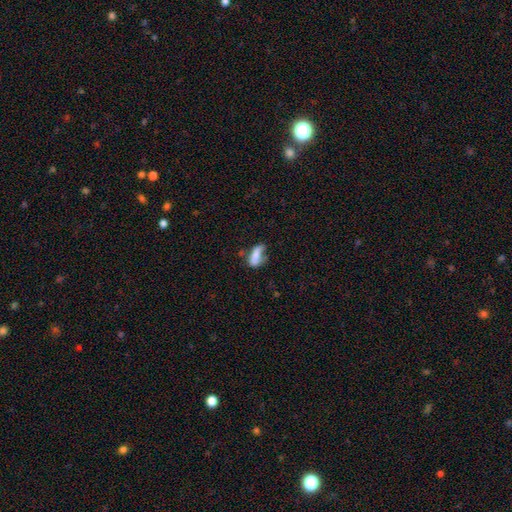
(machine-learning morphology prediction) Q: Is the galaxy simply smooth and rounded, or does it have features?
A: smooth — 70%.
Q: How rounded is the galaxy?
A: in between — 76%.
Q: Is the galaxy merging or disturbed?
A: none — 35%.